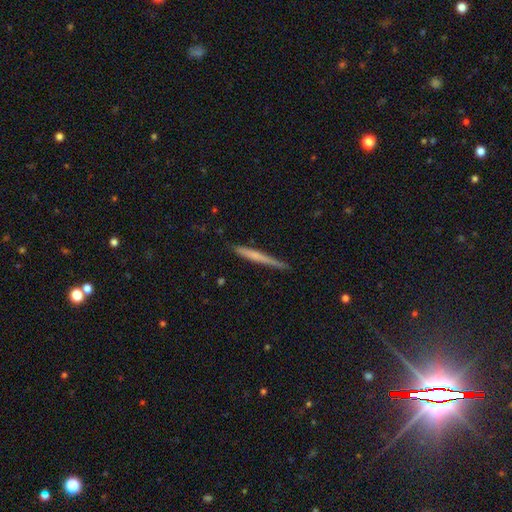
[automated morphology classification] A smooth galaxy with no disk features (51%) that is cigar-shaped (97%).

Vote fractions:
- Smooth or featured? smooth: 51% / featured or disk: 43% / star or artifact: 6%
- How rounded? cigar-shaped: 97% / in between: 2% / round: 1%
- Merging? none: 82% / minor disturbance: 14% / major disturbance: 2% / merger: 2%